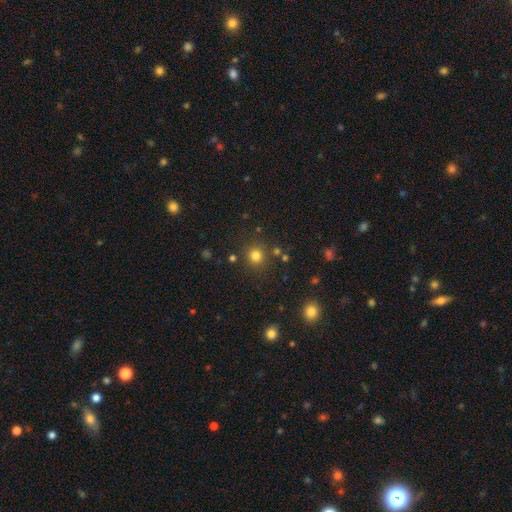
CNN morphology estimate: A smooth galaxy with no disk features (79%) that is round (92%). Merging: none (85%).